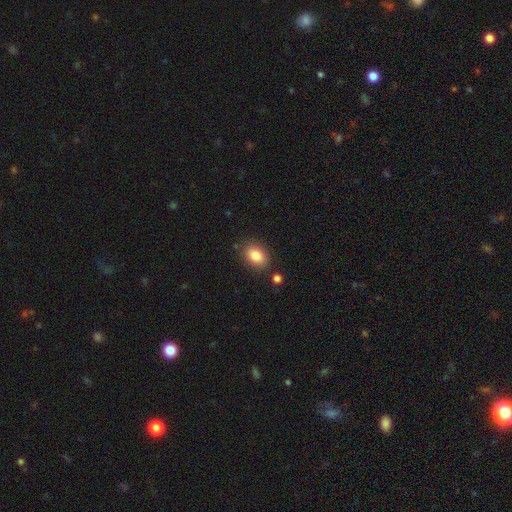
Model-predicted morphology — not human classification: Overall: smooth (84%). How rounded: in between (75%). Merging: none (83%).